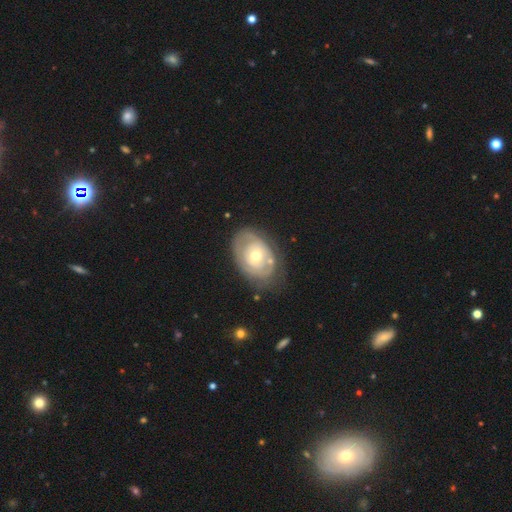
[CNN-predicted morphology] Smooth or featured: featured or disk — 65% (smooth — 29%)
Edge-on disk: no — 95% (yes — 5%)
Bar: no — 80% (weak — 16%)
Spiral arms: no — 51% (yes — 49%)
Bulge size: moderate — 64% (small — 30%)
Merging: none — 67% (minor disturbance — 21%)